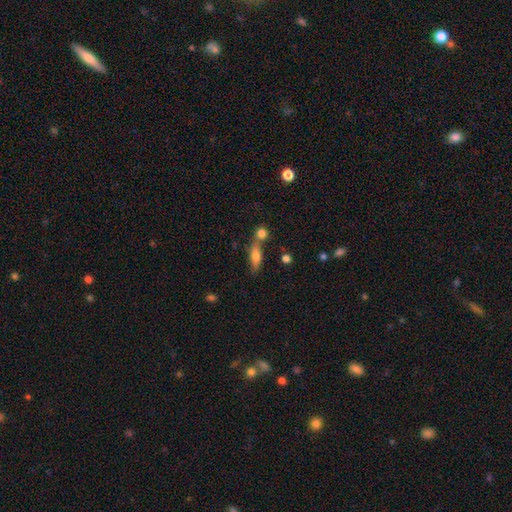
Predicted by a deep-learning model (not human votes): smooth-or-featured: smooth: 70% | featured or disk: 21% | star or artifact: 9%
  how-rounded: in between: 53% | cigar-shaped: 41% | round: 5%
  merging: none: 52% | merger: 32% | minor disturbance: 12% | major disturbance: 4%